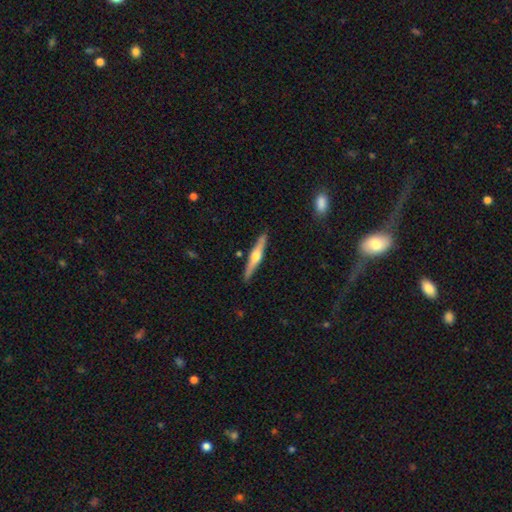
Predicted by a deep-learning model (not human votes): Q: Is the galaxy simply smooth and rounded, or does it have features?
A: featured or disk — 67%.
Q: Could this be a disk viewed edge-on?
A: yes — 97%.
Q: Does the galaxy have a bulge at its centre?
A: rounded — 93%.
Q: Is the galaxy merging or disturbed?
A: none — 89%.